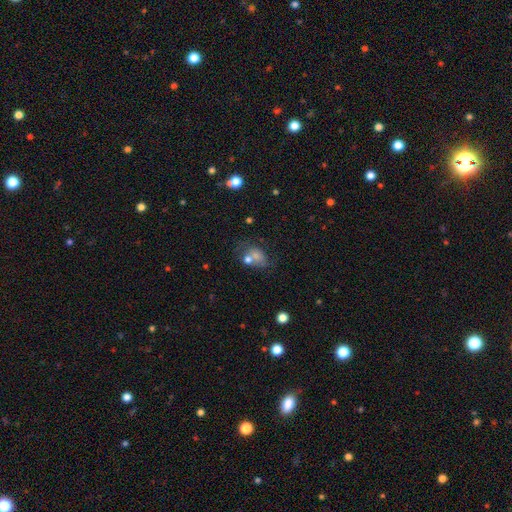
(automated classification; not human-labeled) This appears to be a smooth galaxy with no disk features (53%) that is in between round and cigar-shaped (62%). Merging: none (40%).